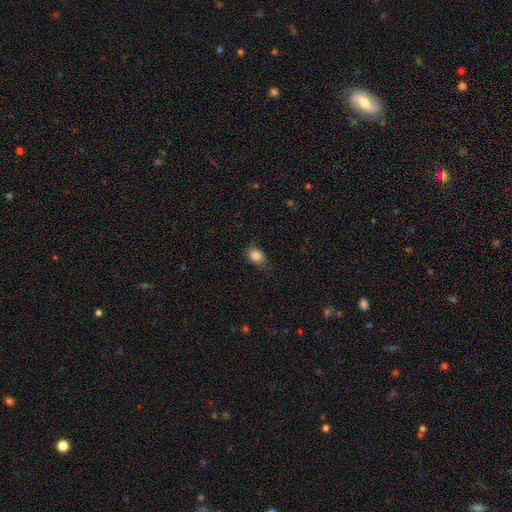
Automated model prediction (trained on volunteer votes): Smooth or featured? smooth (84%)
How rounded? in between (68%)
Merging? none (73%)